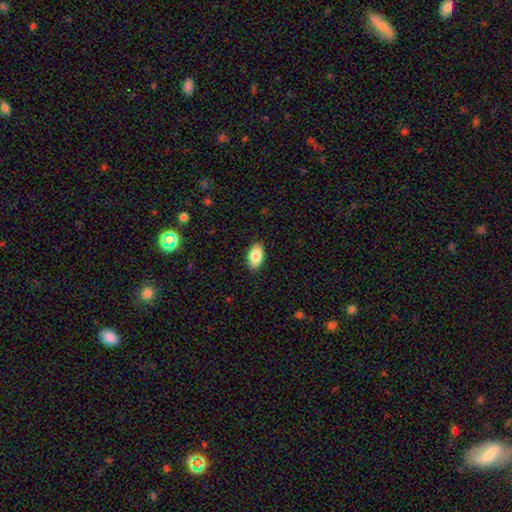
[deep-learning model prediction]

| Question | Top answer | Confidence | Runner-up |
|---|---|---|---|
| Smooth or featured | smooth | 86% | featured or disk (7%) |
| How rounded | in between | 94% | round (4%) |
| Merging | none | 89% | minor disturbance (8%) |